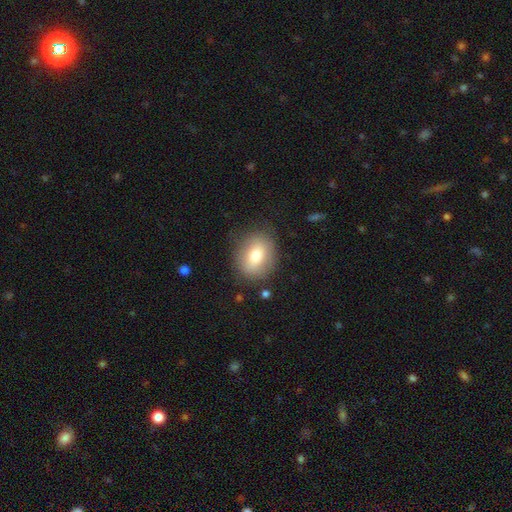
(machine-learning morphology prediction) A smooth galaxy with no disk features (73%) that is in between round and cigar-shaped (56%). Merging: none (81%).